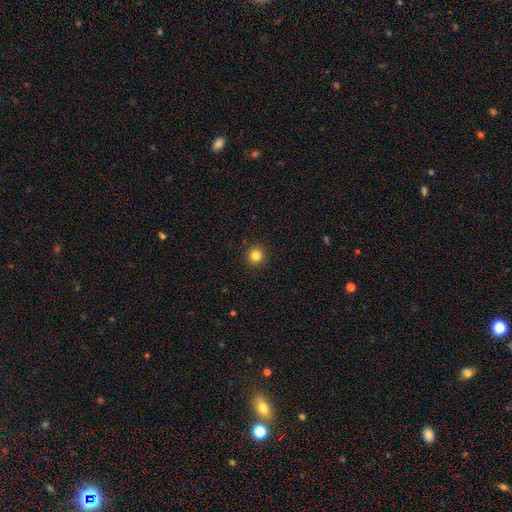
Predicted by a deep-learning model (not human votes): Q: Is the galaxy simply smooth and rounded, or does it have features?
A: smooth — 83%.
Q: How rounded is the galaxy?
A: round — 94%.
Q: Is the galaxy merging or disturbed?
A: none — 92%.